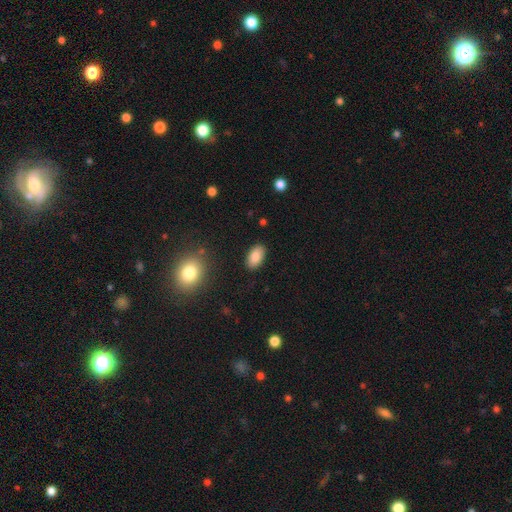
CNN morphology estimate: The model was most divided on "merging": none: 87%, minor disturbance: 9%, major disturbance: 2%, merger: 1%. More confident: how rounded — in between (94%); smooth or featured — smooth (87%).